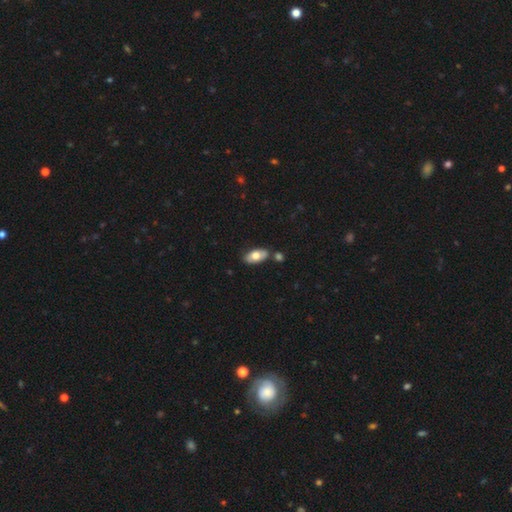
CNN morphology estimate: Smooth or featured: smooth — 71% (featured or disk — 23%)
How rounded: in between — 91% (cigar-shaped — 6%)
Merging: none — 74% (minor disturbance — 13%)